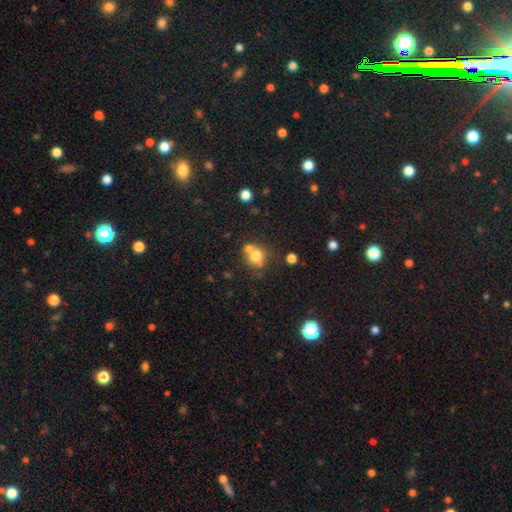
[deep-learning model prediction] A smooth galaxy with no disk features (73%) that is round (82%). Merging: none (48%).